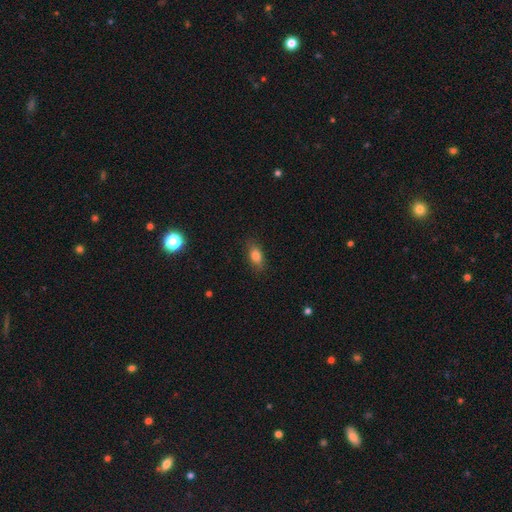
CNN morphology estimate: type=smooth (81%); roundness=in between (83%); merging=none (84%).